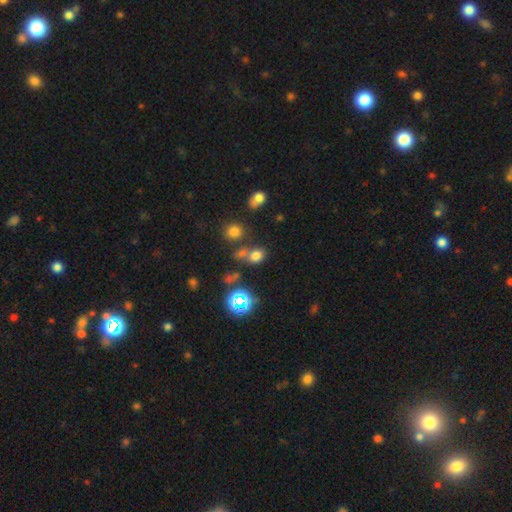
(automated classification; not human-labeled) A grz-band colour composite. It shows a smooth galaxy with no disk features (68%) that is in between round and cigar-shaped (53%). Merging: none (54%).